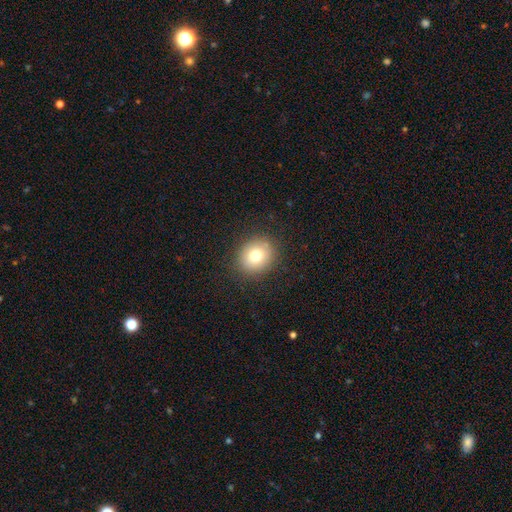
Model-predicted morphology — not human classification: smooth 77%, featured or disk 11%, star or artifact 11%. Down the decision tree: how rounded — round (78%); merging — none (87%).